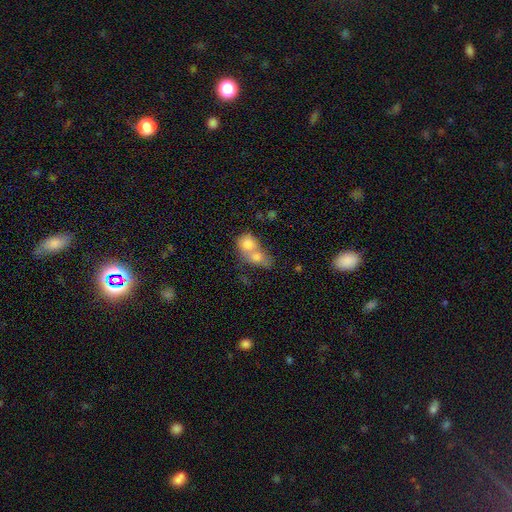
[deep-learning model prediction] Smooth or featured? Predicted: smooth (p=0.71). How rounded? Predicted: round (p=0.62). Merging? Predicted: merger (p=0.71).